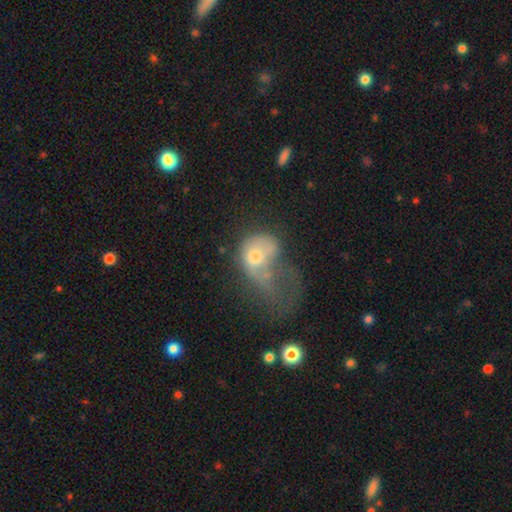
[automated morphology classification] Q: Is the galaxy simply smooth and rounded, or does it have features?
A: smooth — 51%.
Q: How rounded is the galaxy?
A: in between — 57%.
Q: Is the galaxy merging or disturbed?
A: major disturbance — 62%.